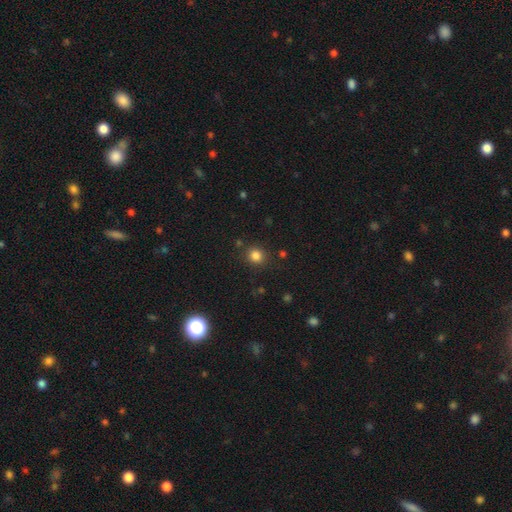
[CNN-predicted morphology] This is clearly a smooth galaxy (82%). How rounded: clearly round (84%). Merging: clearly none (85%).